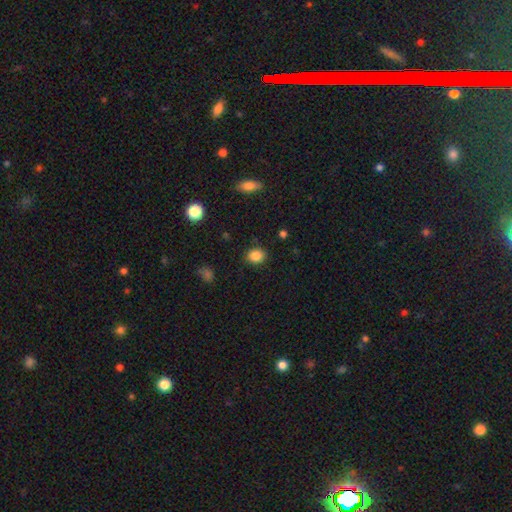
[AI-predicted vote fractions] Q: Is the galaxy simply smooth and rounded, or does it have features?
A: smooth — 85%.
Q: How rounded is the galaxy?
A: round — 66%.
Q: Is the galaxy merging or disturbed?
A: none — 86%.